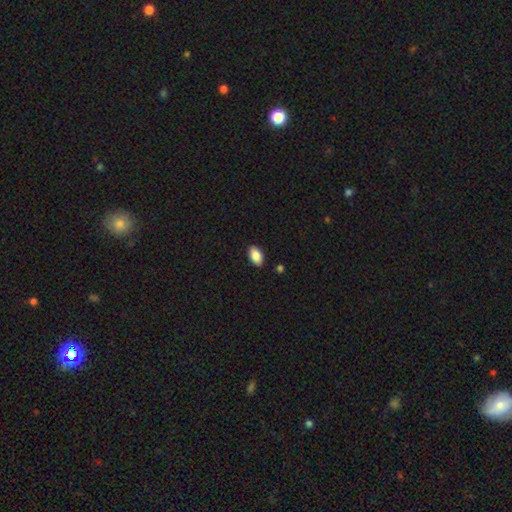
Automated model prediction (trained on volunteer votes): Smooth or featured? Predicted: smooth (p=0.88). How rounded? Predicted: in between (p=0.93). Merging? Predicted: none (p=0.89).